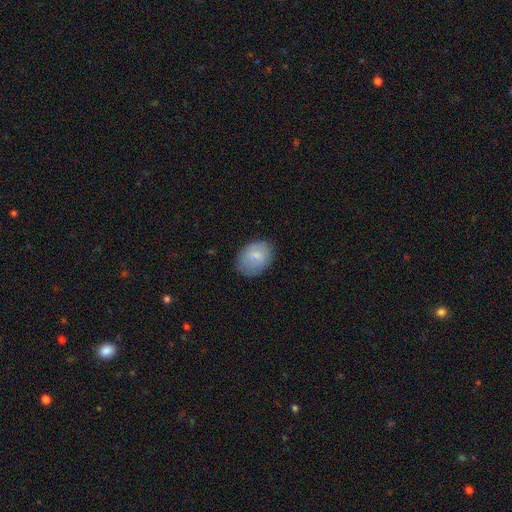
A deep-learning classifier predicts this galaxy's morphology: A smooth galaxy with no disk features (83%) that is in between round and cigar-shaped (76%). Merging: none (77%).